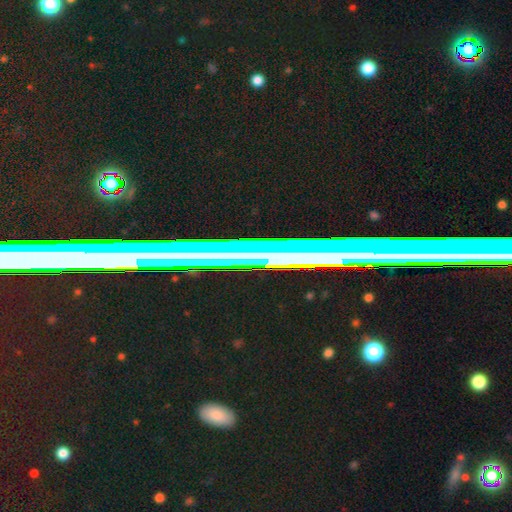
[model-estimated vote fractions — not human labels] Smooth or featured? Predicted: star or artifact (p=0.64).